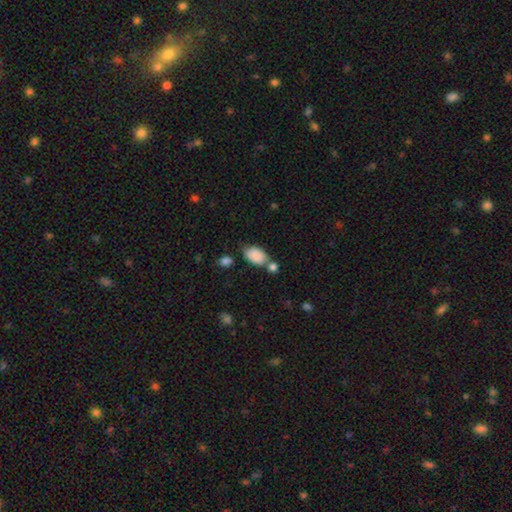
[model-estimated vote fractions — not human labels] smooth-or-featured: smooth: 86% | star or artifact: 8% | featured or disk: 6%
  how-rounded: in between: 89% | round: 10% | cigar-shaped: 1%
  merging: none: 50% | merger: 26% | minor disturbance: 19% | major disturbance: 6%